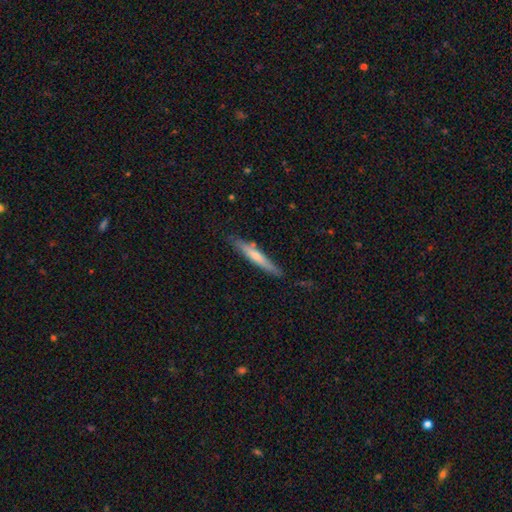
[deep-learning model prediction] Morphology: type=smooth (53%); roundness=cigar-shaped (93%); merging=none (81%).